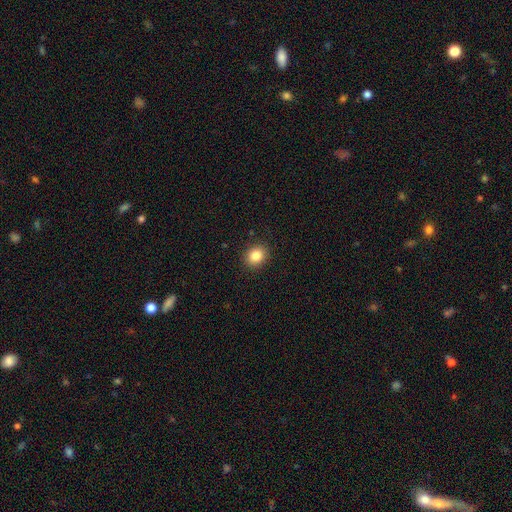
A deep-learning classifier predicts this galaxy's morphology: A smooth galaxy with no disk features (85%) that is round (60%). Merging: none (90%).